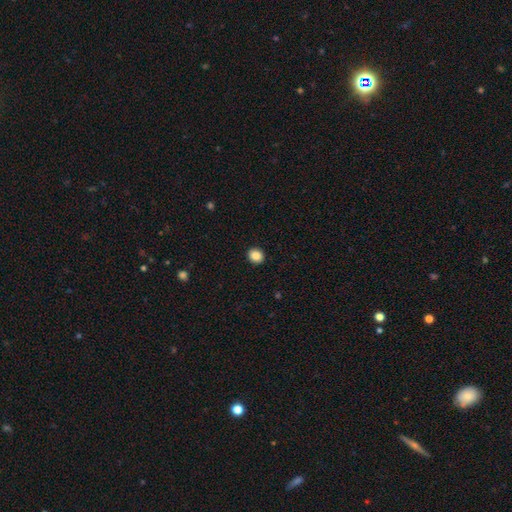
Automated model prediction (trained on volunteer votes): smooth_or_featured: smooth (p=0.87) [alt: star or artifact p=0.09]
how_rounded: round (p=0.73) [alt: in between p=0.26]
merging: none (p=0.92) [alt: minor disturbance p=0.05]